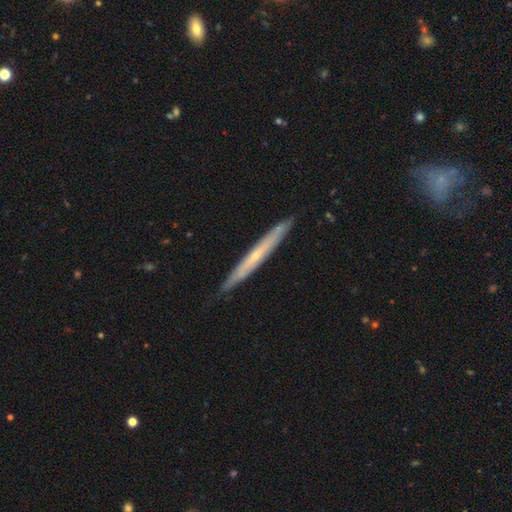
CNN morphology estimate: Smooth or featured? featured or disk (63%)
Edge-on disk? yes (95%)
Edge-on bulge? none (53%)
Merging? none (90%)